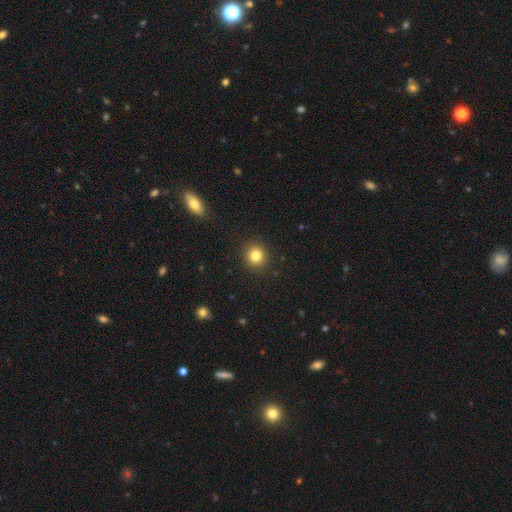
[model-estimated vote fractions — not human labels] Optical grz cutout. It shows a smooth galaxy with no disk features (82%) that is round (91%). Merging: none (91%).